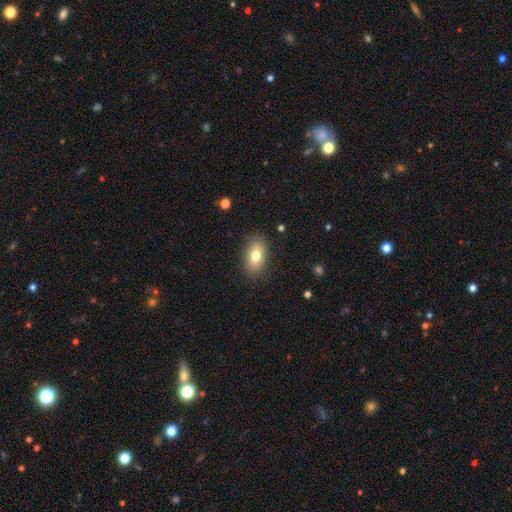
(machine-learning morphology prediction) Overall: smooth (77%). How rounded: in between (89%). Merging: none (86%).